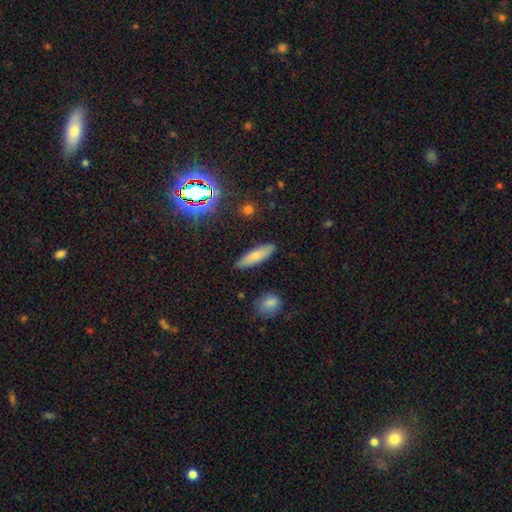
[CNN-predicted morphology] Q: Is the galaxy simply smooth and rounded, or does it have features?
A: smooth — 73%.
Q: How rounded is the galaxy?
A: cigar-shaped — 62%.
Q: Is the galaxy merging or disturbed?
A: none — 88%.